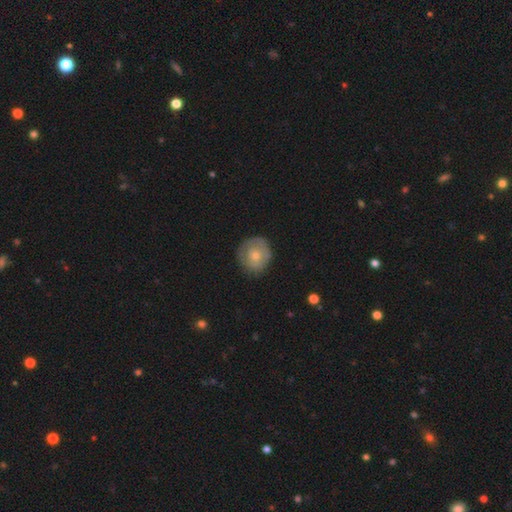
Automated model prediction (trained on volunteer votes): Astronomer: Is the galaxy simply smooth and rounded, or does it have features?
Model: smooth — 63%.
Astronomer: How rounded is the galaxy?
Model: round — 88%.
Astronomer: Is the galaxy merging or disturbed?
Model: none — 76%.